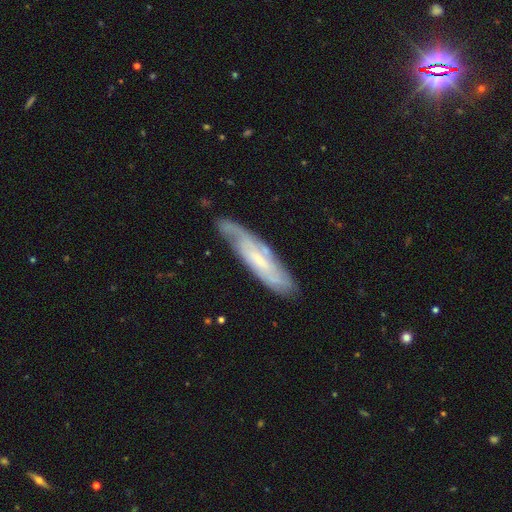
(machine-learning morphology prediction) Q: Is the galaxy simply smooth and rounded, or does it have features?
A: featured or disk — 69%.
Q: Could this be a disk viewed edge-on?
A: no — 65%.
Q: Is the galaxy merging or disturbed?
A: none — 73%.